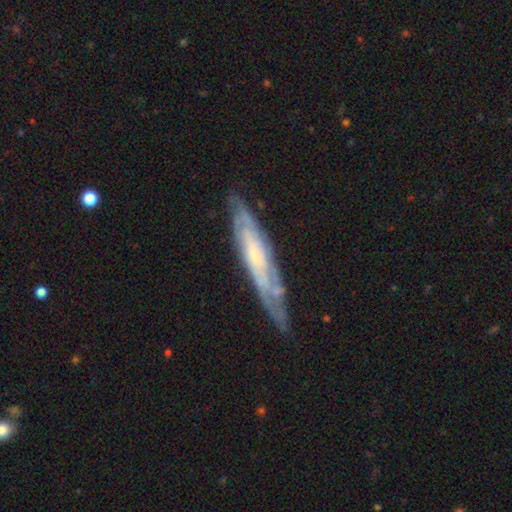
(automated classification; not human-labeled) featured or disk 72%, smooth 22%, star or artifact 6%. Down the decision tree: edge-on disk — yes (51%); merging — none (70%).